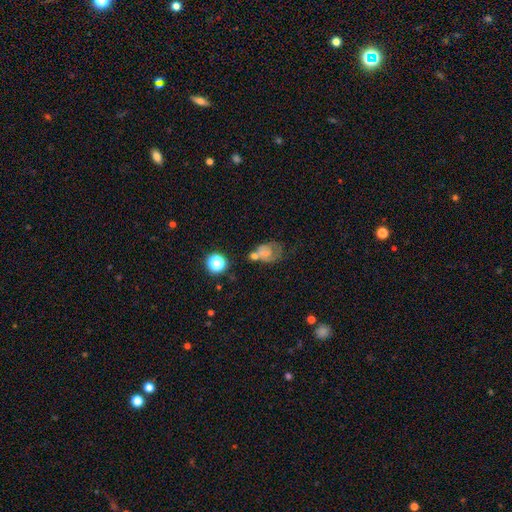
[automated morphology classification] smooth 47%, featured or disk 35%, star or artifact 18%. Down the decision tree: merging — none (30%).